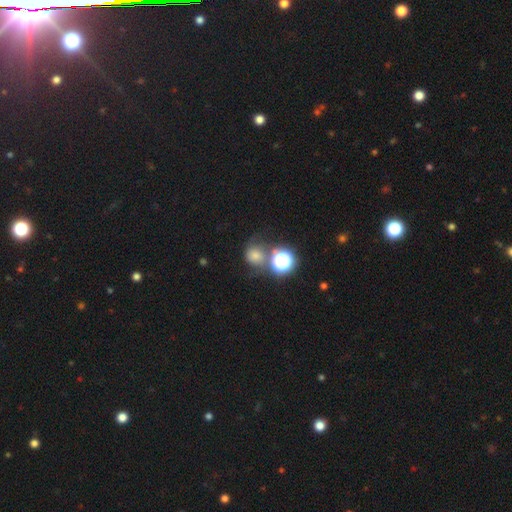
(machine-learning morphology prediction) Smooth or featured? smooth (64%)
How rounded? round (79%)
Merging? none (52%)